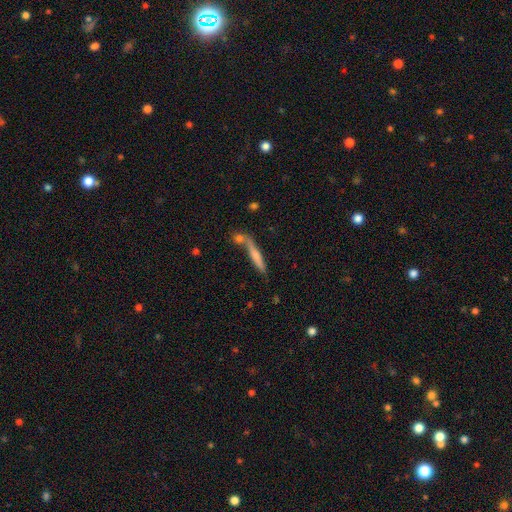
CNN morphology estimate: smooth 58%, featured or disk 35%, star or artifact 7%. Down the decision tree: how rounded — cigar-shaped (91%); merging — none (63%).